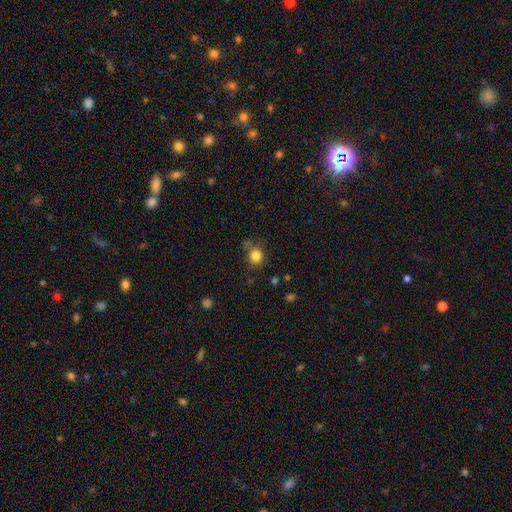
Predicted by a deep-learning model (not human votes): Smooth or featured? Predicted: smooth (p=0.83). How rounded? Predicted: round (p=0.83). Merging? Predicted: none (p=0.73).